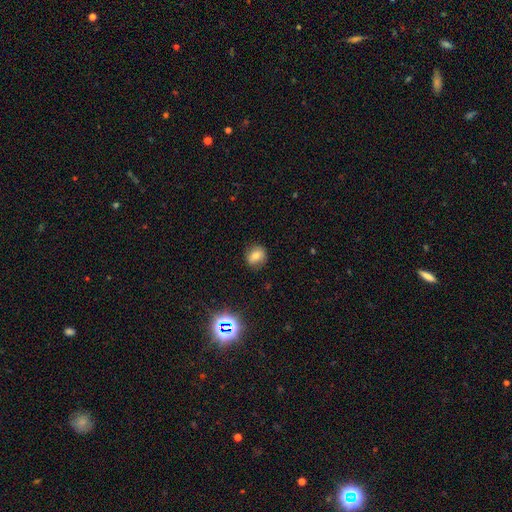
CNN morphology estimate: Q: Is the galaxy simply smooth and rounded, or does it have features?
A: smooth — 72%.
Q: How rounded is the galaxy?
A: round — 69%.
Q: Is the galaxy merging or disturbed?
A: none — 84%.